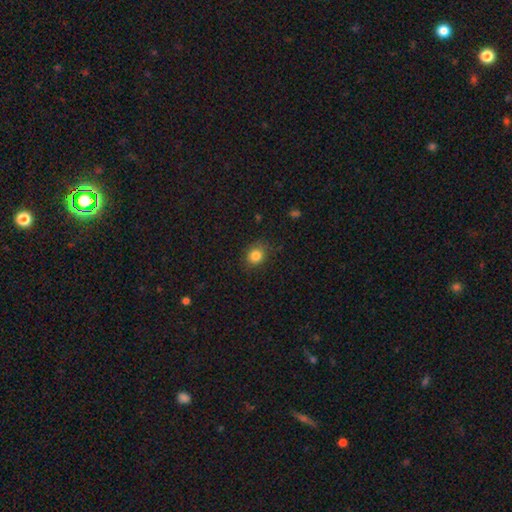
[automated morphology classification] The model was most divided on "how rounded": round: 72%, in between: 27%, cigar-shaped: 1%. More confident: smooth or featured — smooth (84%); merging — none (82%).